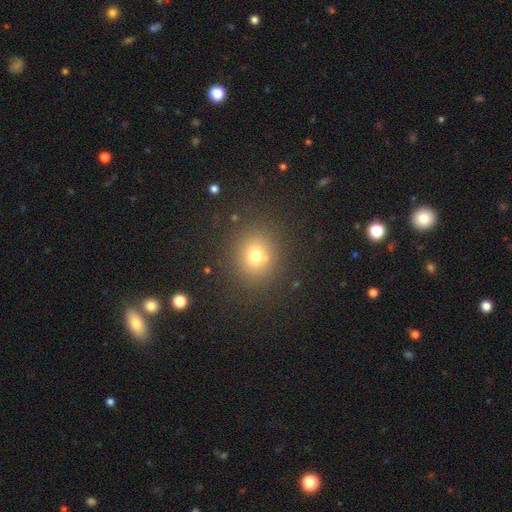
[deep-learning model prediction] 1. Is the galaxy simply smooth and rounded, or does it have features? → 71% smooth, 18% star or artifact, 11% featured or disk.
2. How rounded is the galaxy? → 79% round, 20% in between, 1% cigar-shaped.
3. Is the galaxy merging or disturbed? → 80% none, 9% minor disturbance, 7% merger, 4% major disturbance.